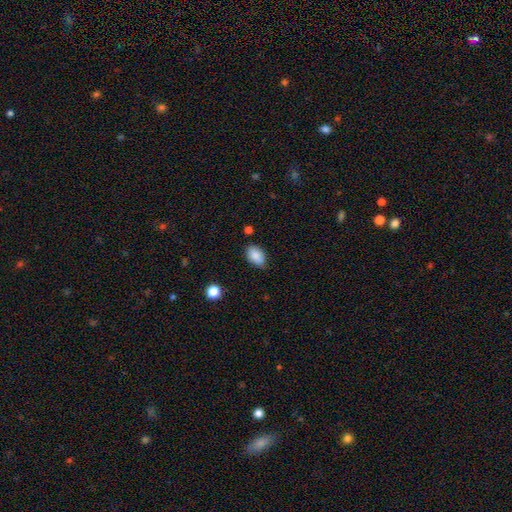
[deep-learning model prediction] Overall: smooth (85%). How rounded: in between (90%). Merging: none (73%).